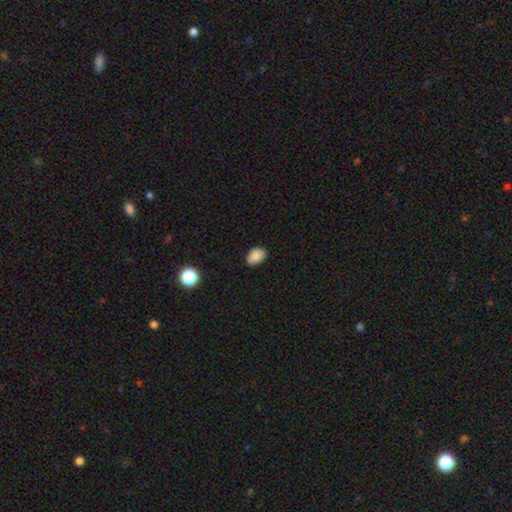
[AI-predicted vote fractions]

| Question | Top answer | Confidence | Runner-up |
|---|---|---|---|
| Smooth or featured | smooth | 87% | star or artifact (9%) |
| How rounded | in between | 81% | round (18%) |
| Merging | none | 78% | minor disturbance (18%) |